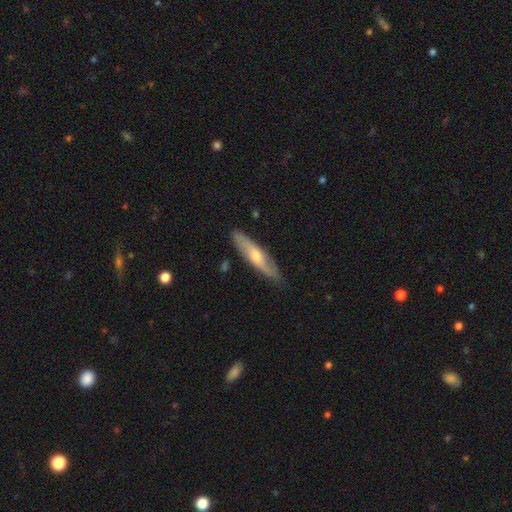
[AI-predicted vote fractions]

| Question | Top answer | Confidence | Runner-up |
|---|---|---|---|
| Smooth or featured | featured or disk | 51% | smooth (43%) |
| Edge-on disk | yes | 63% | no (37%) |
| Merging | none | 85% | minor disturbance (12%) |